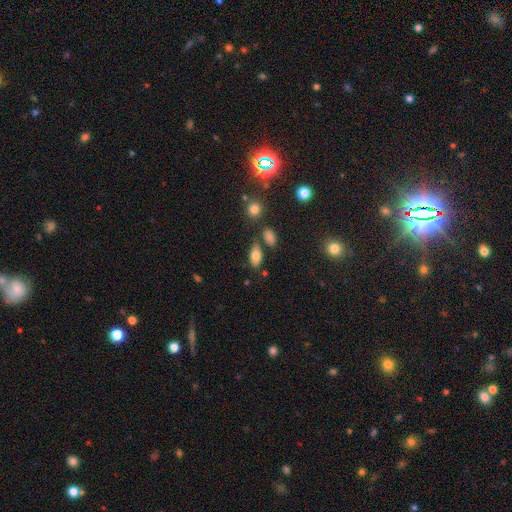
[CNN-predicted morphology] Q: Smooth or featured?
A: smooth (78%); runner-up: featured or disk (12%)
Q: How rounded?
A: in between (88%); runner-up: cigar-shaped (6%)
Q: Merging?
A: none (72%); runner-up: minor disturbance (14%)